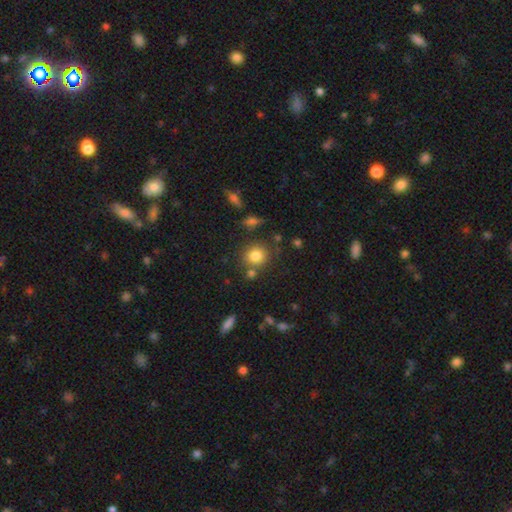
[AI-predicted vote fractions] Smooth or featured? smooth (81%)
How rounded? round (84%)
Merging? none (75%)